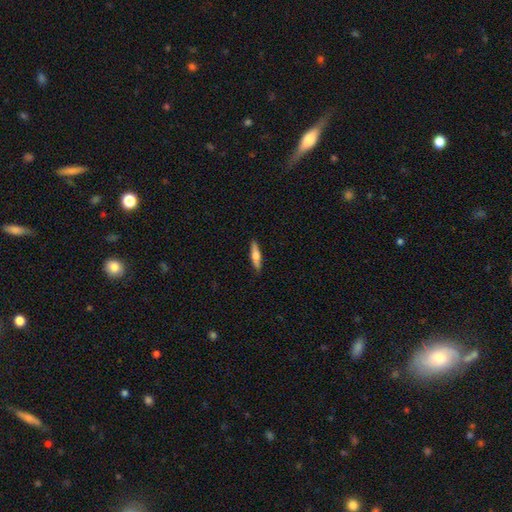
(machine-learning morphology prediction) smooth-or-featured: smooth: 60% | featured or disk: 35% | star or artifact: 6%
  how-rounded: cigar-shaped: 74% | in between: 24% | round: 2%
  merging: none: 89% | minor disturbance: 9% | major disturbance: 2% | merger: 1%